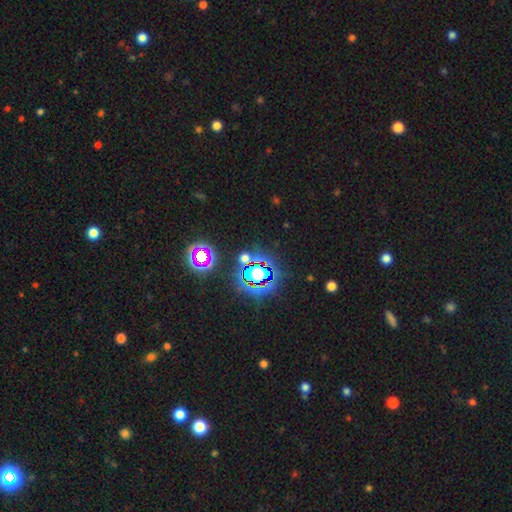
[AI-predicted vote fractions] A star or artifact, not a galaxy (78%).